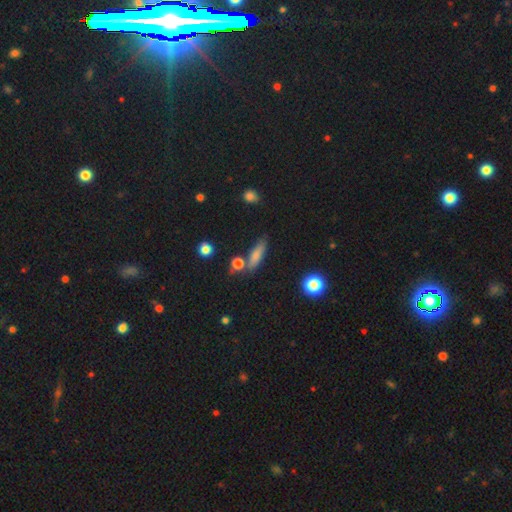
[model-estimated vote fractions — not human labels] Smooth or featured?
  - smooth: 73% *
  - featured or disk: 16%
  - star or artifact: 10%
How rounded?
  - cigar-shaped: 57% *
  - in between: 38%
  - round: 6%
Merging?
  - none: 71% *
  - minor disturbance: 14%
  - merger: 10%
  - major disturbance: 4%